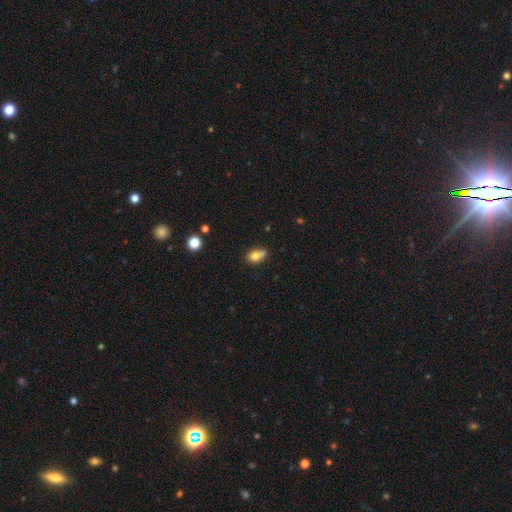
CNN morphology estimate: A smooth galaxy with no disk features (75%) that is in between round and cigar-shaped (67%). Merging: none (43%).